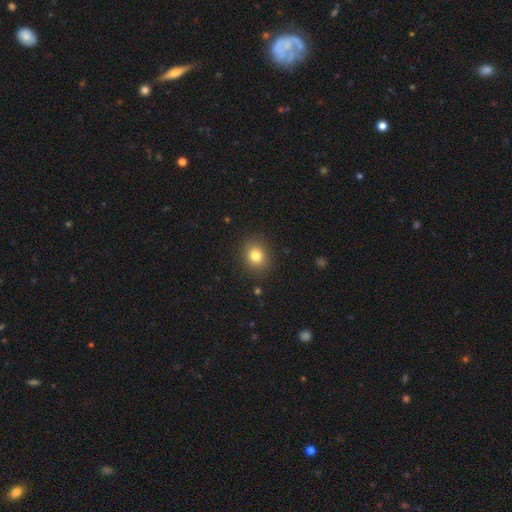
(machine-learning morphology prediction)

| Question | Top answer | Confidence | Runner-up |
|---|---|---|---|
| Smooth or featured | smooth | 81% | star or artifact (11%) |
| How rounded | round | 65% | in between (34%) |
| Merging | none | 87% | minor disturbance (9%) |